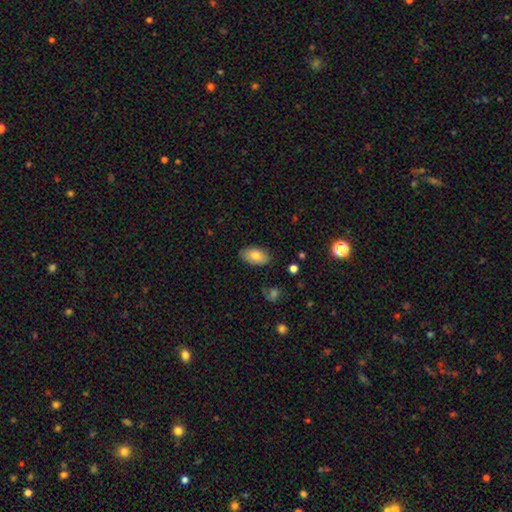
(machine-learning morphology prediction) smooth 81%, featured or disk 12%, star or artifact 7%. Down the decision tree: how rounded — in between (94%); merging — none (84%).